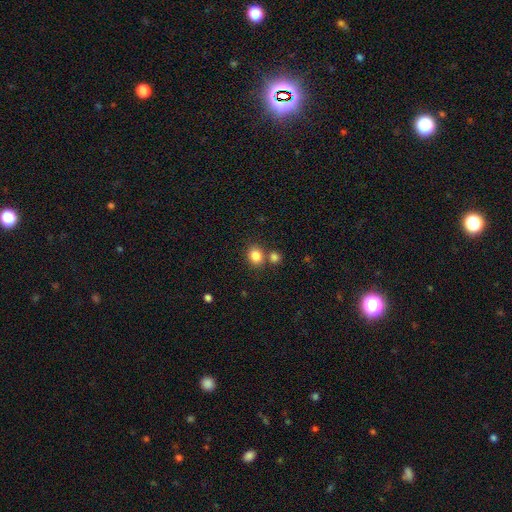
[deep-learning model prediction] A smooth galaxy with no disk features (83%) that is round (71%). Merging: none (68%).